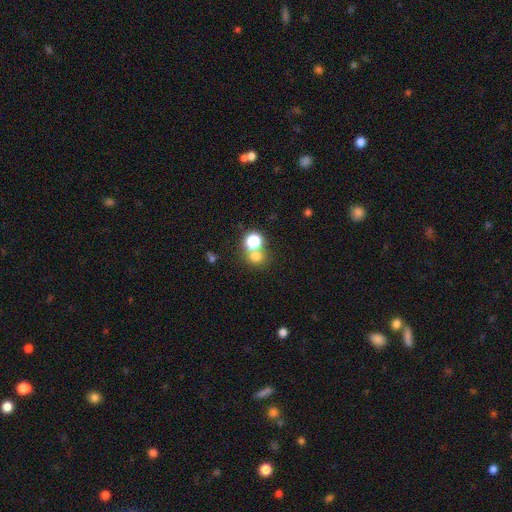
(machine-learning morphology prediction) type=smooth (69%); roundness=round (82%); merging=none (52%).